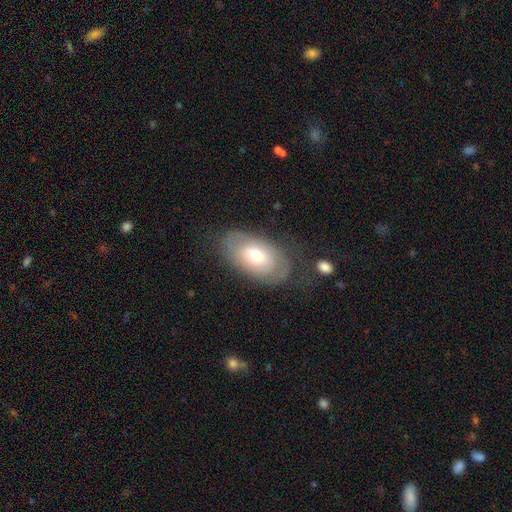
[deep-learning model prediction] Morphology: type=smooth (48%); merging=none (70%).